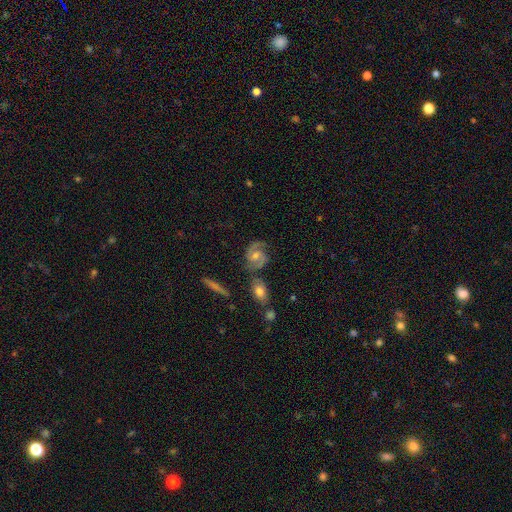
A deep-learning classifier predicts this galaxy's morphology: A featured or disk galaxy (84%) with no bar (51%), 2 (86%) medium (54%) spiral arms (96%) and a moderate central bulge (63%).

Vote fractions:
- Smooth or featured? featured or disk: 84% / smooth: 10% / star or artifact: 6%
- Edge-on disk? no: 97% / yes: 3%
- Bar? no: 51% / weak: 39% / strong: 10%
- Spiral arms? yes: 96% / no: 4%
- Spiral winding? medium: 54% / tight: 29% / loose: 17%
- Spiral arm count? 2: 86% / can't tell: 5% / 1: 4% / 3: 3% / 4: 1% / more than 4: 1%
- Bulge size? moderate: 63% / small: 29% / large: 4% / none: 3% / dominant: 1%
- Merging? none: 68% / minor disturbance: 17% / merger: 8% / major disturbance: 7%